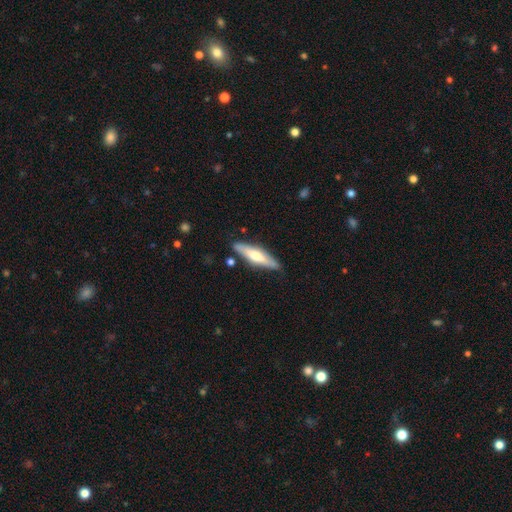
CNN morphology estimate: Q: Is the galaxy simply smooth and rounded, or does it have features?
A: featured or disk — 48%.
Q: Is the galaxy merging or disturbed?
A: none — 82%.